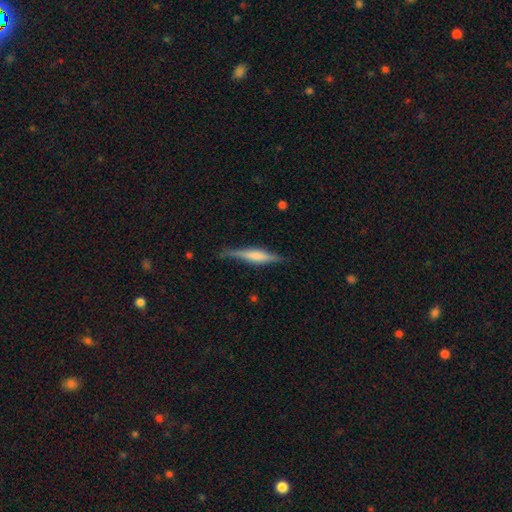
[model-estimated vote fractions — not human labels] Smooth or featured?
  - featured or disk: 59% *
  - smooth: 35%
  - star or artifact: 6%
Edge-on disk?
  - yes: 96% *
  - no: 4%
Edge-on bulge?
  - rounded: 46% *
  - boxy: 38%
  - none: 17%
Merging?
  - none: 79% *
  - minor disturbance: 16%
  - major disturbance: 4%
  - merger: 2%